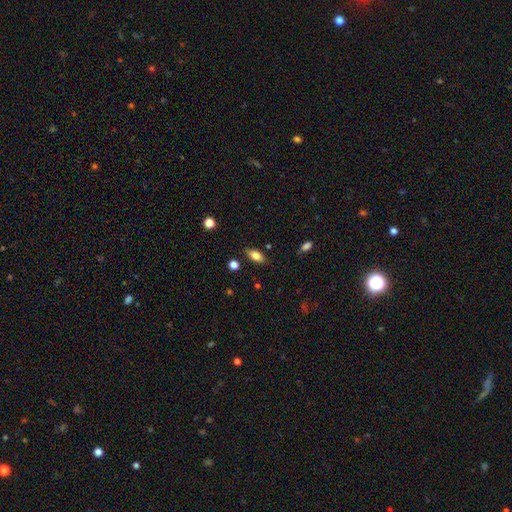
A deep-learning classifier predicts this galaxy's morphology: A smooth galaxy with no disk features (78%) that is in between round and cigar-shaped (86%).

Vote fractions:
- Smooth or featured? smooth: 78% / featured or disk: 13% / star or artifact: 9%
- How rounded? in between: 86% / cigar-shaped: 10% / round: 5%
- Merging? none: 82% / minor disturbance: 13% / major disturbance: 3% / merger: 2%